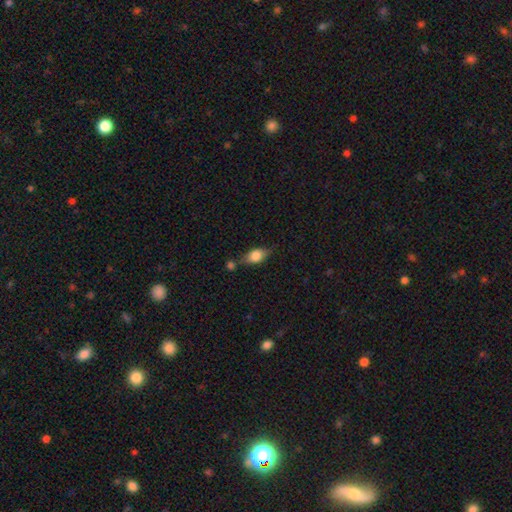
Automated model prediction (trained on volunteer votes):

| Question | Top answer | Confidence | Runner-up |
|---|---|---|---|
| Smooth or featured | smooth | 76% | featured or disk (16%) |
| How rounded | in between | 82% | round (10%) |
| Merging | none | 59% | minor disturbance (19%) |